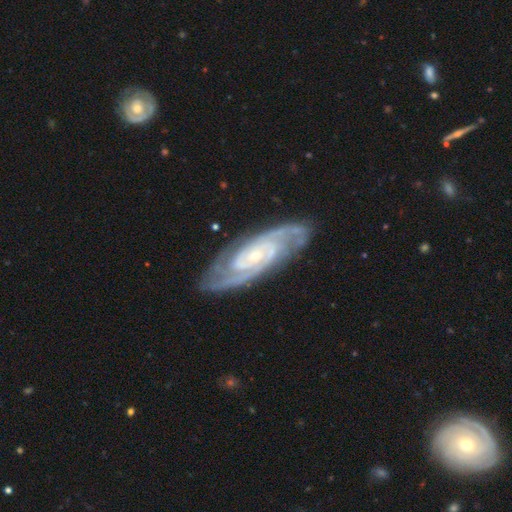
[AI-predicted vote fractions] This appears to be a featured or disk galaxy (91%) with no bar (56%), 2 (57%) tight (66%) spiral arms (98%) and a small central bulge (72%). Merging: none (81%).